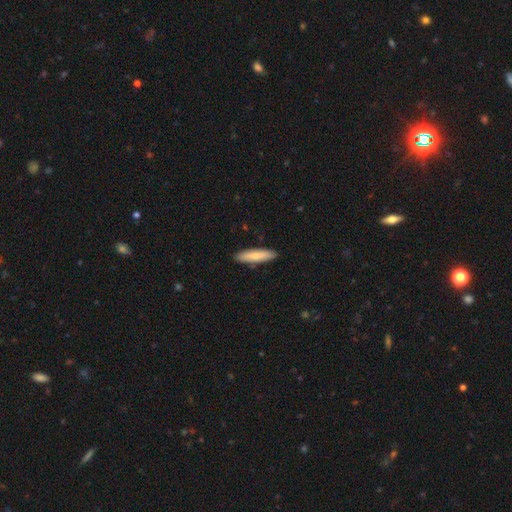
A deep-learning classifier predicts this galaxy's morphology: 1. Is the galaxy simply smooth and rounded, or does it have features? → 79% smooth, 15% featured or disk, 5% star or artifact.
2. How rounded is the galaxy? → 75% cigar-shaped, 24% in between, 1% round.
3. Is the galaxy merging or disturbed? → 89% none, 8% minor disturbance, 1% major disturbance, 1% merger.